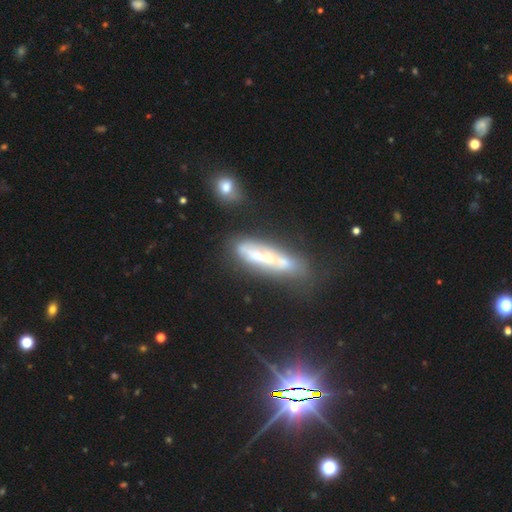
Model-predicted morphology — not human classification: Smooth or featured? featured or disk (57%)
Edge-on disk? no (68%)
Merging? none (40%)